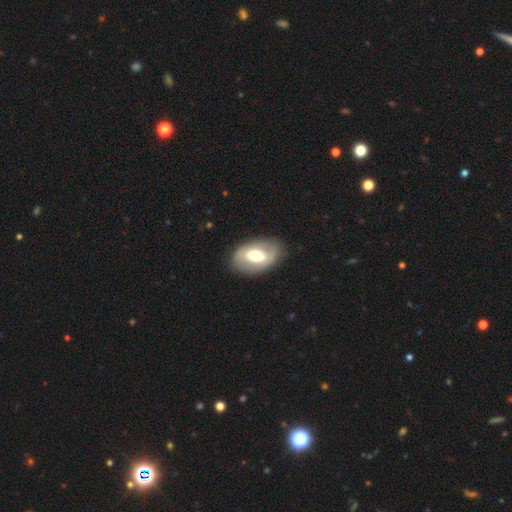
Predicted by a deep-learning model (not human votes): This is possibly a featured or disk galaxy (52%). It is clearly not viewed edge-on (92%). Merging: clearly none (82%).